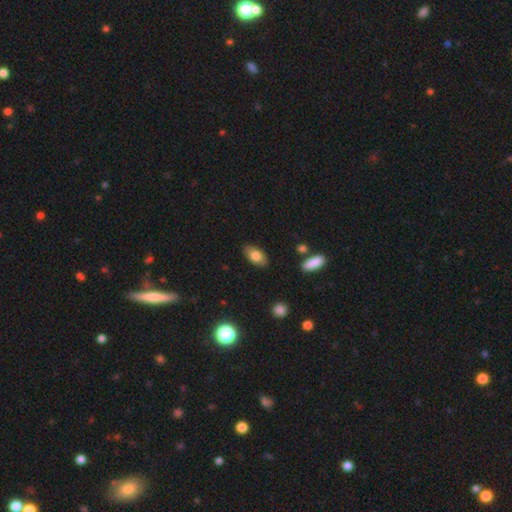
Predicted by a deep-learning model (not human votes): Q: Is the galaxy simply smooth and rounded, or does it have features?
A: smooth — 80%.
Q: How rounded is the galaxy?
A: in between — 91%.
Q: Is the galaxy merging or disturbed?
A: none — 84%.